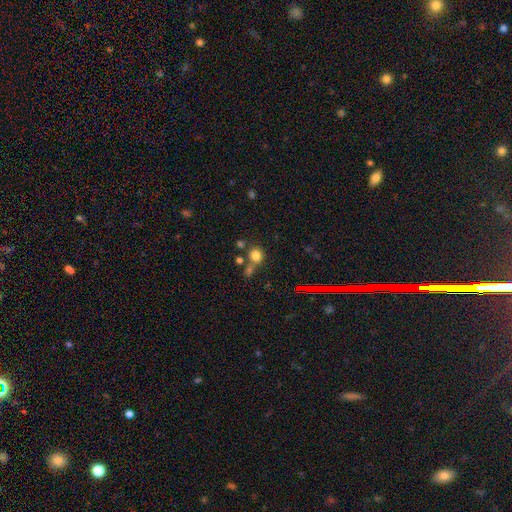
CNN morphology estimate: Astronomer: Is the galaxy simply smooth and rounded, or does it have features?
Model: smooth — 77%.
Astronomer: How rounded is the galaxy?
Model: round — 82%.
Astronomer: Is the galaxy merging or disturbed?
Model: none — 57%.